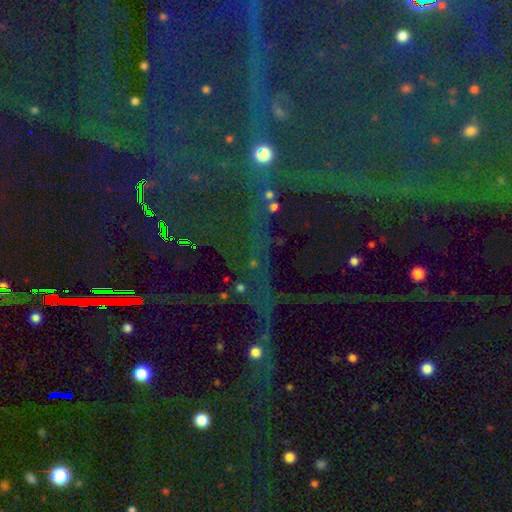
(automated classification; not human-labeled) Smooth or featured: star or artifact — 86% (smooth — 7%)